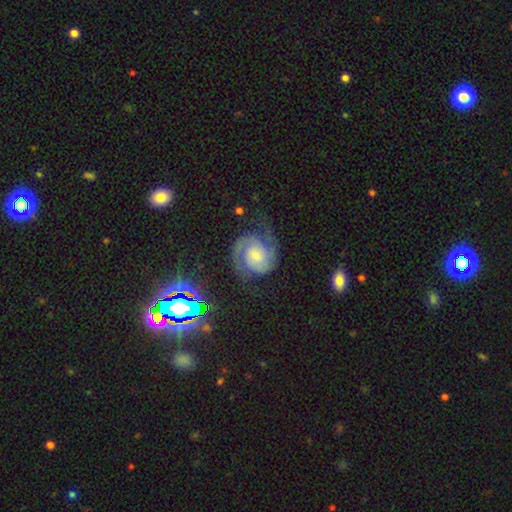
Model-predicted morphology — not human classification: Overall: featured or disk (87%). Edge-on disk: no (98%). Bar: no (70%). Spiral arms: yes (98%). Spiral arm count: 2 (91%). Spiral winding: medium (46%; tight 42%). Bulge size: small (39%; moderate 33%). Merging: none (71%).